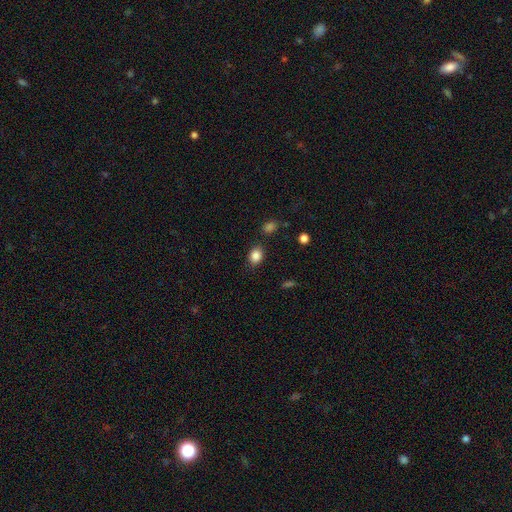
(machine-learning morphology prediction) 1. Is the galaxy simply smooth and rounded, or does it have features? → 85% smooth, 10% star or artifact, 5% featured or disk.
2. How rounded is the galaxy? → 55% in between, 44% round, 1% cigar-shaped.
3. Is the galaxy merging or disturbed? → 83% none, 11% minor disturbance, 3% merger, 3% major disturbance.